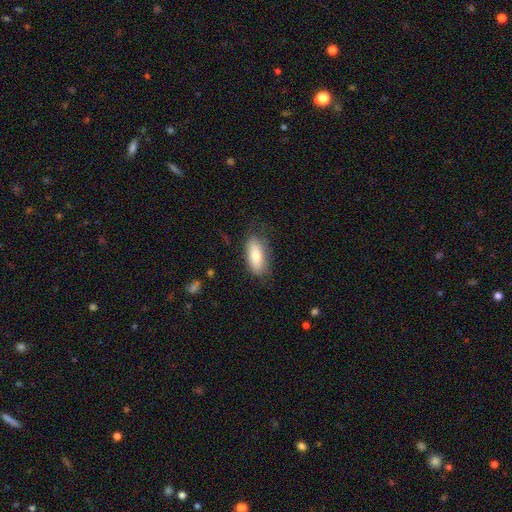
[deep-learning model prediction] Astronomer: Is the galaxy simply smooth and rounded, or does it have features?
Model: smooth — 77%.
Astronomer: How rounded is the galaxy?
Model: in between — 83%.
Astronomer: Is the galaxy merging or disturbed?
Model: none — 73%.